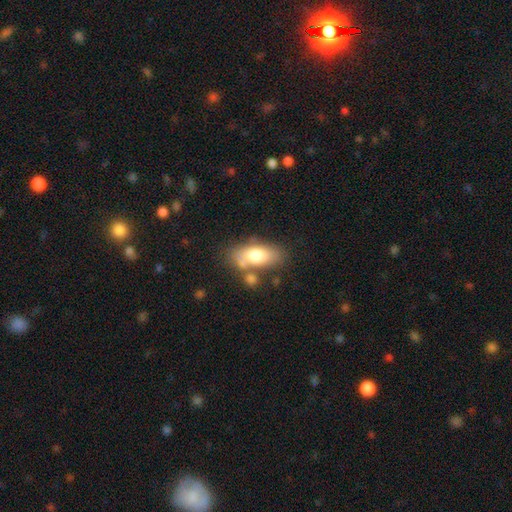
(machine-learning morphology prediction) The model was most divided on "merging": none: 55%, merger: 19%, minor disturbance: 18%, major disturbance: 7%. More confident: how rounded — in between (86%); smooth or featured — smooth (73%).